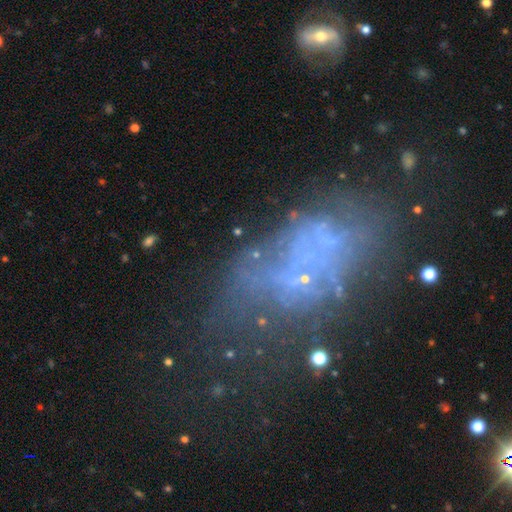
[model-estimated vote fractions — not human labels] This appears to be a featured or disk galaxy (48%). Merging: none (51%).